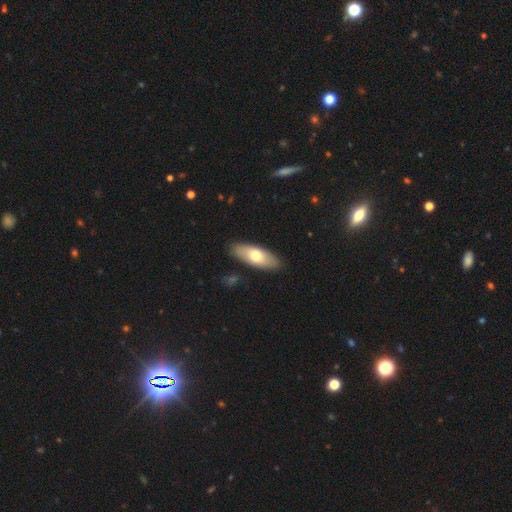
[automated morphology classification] Smooth or featured?
  - smooth: 66% *
  - featured or disk: 29%
  - star or artifact: 5%
How rounded?
  - in between: 74% *
  - cigar-shaped: 24%
  - round: 2%
Merging?
  - none: 88% *
  - minor disturbance: 9%
  - major disturbance: 2%
  - merger: 1%